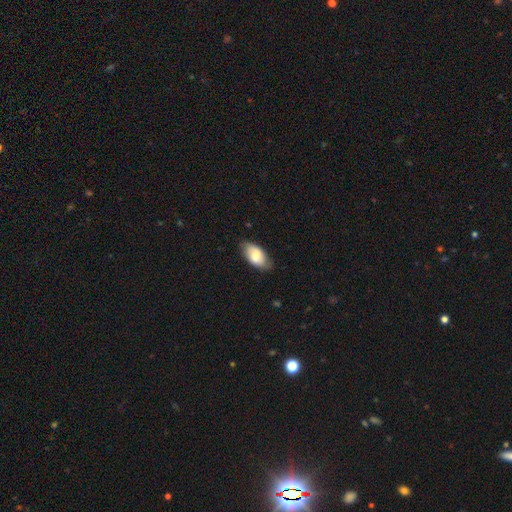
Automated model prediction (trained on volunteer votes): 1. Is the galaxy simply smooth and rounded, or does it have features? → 69% smooth, 25% featured or disk, 6% star or artifact.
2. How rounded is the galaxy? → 93% in between, 4% round, 3% cigar-shaped.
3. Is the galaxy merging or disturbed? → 76% none, 20% minor disturbance, 4% major disturbance, 1% merger.